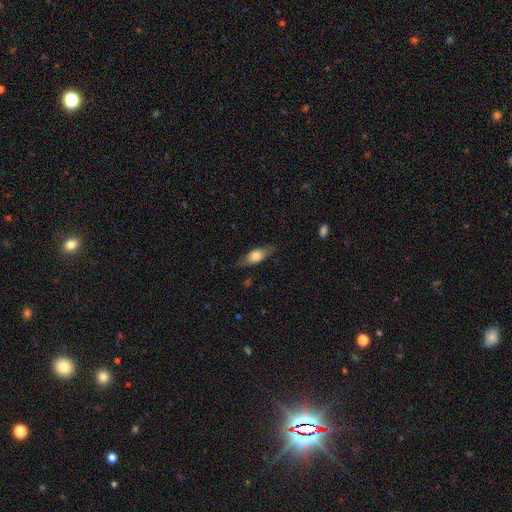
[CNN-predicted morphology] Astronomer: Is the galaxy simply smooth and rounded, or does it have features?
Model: smooth — 61%.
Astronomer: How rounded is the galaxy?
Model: in between — 70%.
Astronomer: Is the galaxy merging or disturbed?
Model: none — 77%.